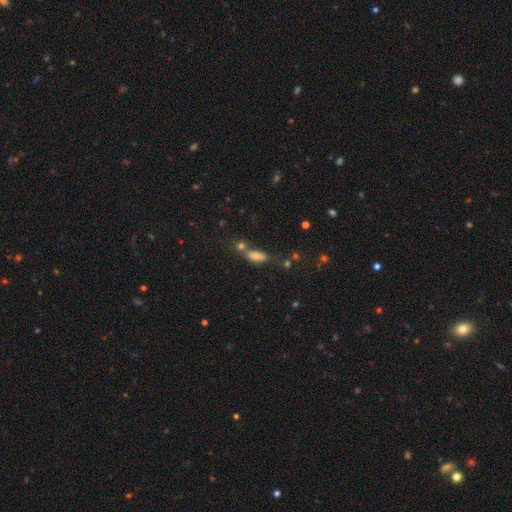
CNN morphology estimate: The model was most divided on "merging": none: 44%, merger: 31%, minor disturbance: 15%, major disturbance: 9%. More confident: how rounded — in between (71%); smooth or featured — smooth (68%).